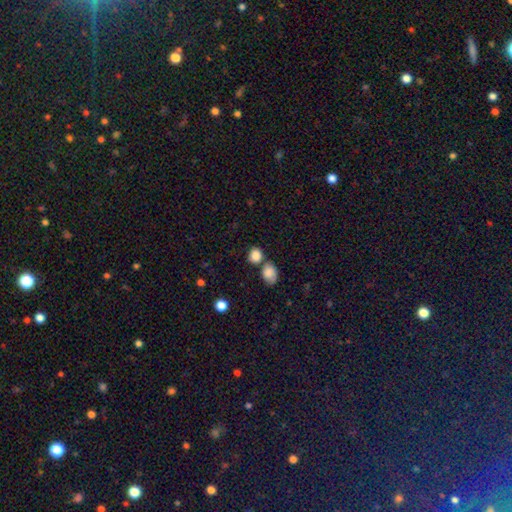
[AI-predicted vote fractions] Smooth or featured? Predicted: smooth (p=0.85). How rounded? Predicted: round (p=0.67). Merging? Predicted: none (p=0.56).